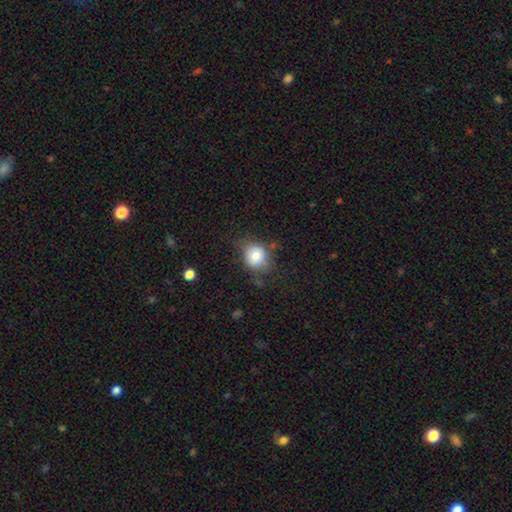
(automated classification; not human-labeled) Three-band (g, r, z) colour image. It shows a smooth galaxy with no disk features (74%) that is round (74%). Merging: none (65%).